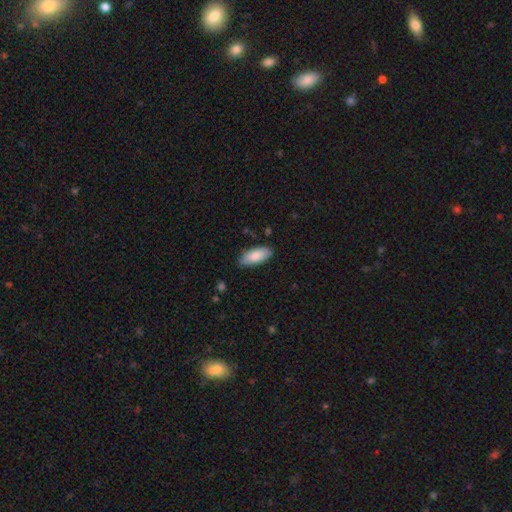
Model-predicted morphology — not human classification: Smooth or featured?
  - smooth: 87% *
  - featured or disk: 8%
  - star or artifact: 6%
How rounded?
  - in between: 85% *
  - cigar-shaped: 13%
  - round: 2%
Merging?
  - none: 83% *
  - minor disturbance: 14%
  - major disturbance: 2%
  - merger: 1%